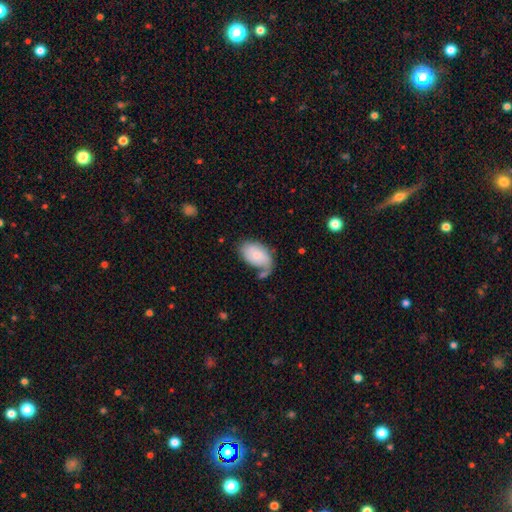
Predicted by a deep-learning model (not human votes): smooth-or-featured: smooth: 76% | featured or disk: 17% | star or artifact: 6%
  how-rounded: in between: 93% | round: 6% | cigar-shaped: 1%
  merging: none: 48% | minor disturbance: 25% | major disturbance: 14% | merger: 13%